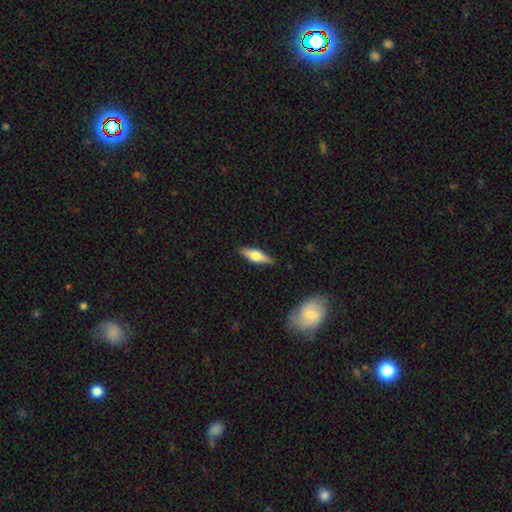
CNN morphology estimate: A featured or disk galaxy (57%) viewed edge-on (94%) with a rounded central bulge (90%). Merging: none (87%).